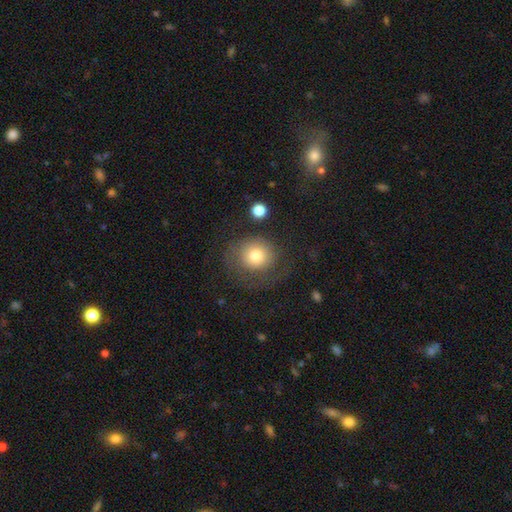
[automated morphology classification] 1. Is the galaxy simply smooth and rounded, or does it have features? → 74% smooth, 16% featured or disk, 10% star or artifact.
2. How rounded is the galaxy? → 82% round, 17% in between, 1% cigar-shaped.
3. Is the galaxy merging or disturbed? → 58% none, 20% major disturbance, 18% minor disturbance, 3% merger.